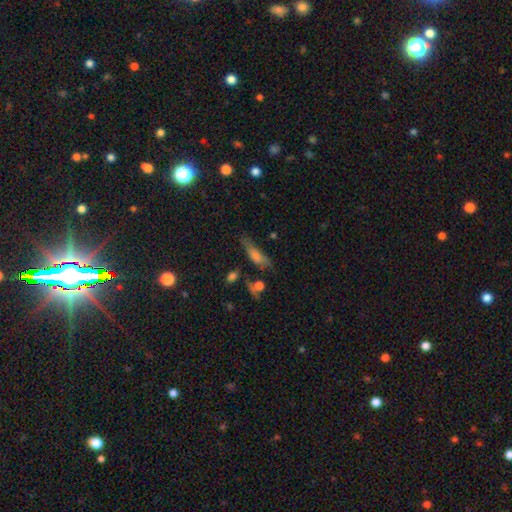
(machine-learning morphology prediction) smooth 57%, featured or disk 28%, star or artifact 15%. Down the decision tree: how rounded — cigar-shaped (54%); merging — none (55%).